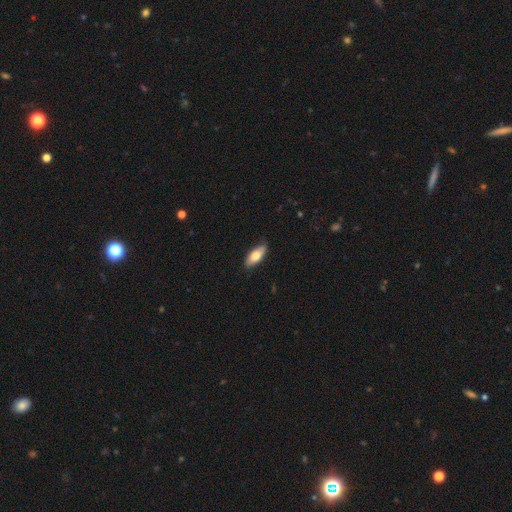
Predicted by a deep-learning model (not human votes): Q: Smooth or featured?
A: smooth (74%); runner-up: featured or disk (20%)
Q: How rounded?
A: in between (79%); runner-up: cigar-shaped (19%)
Q: Merging?
A: none (83%); runner-up: minor disturbance (14%)